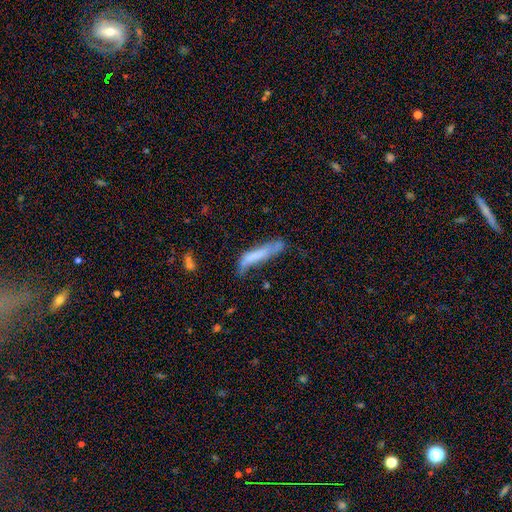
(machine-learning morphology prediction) This appears to be a smooth galaxy with no disk features (63%) that is cigar-shaped (84%). Merging: none (38%).